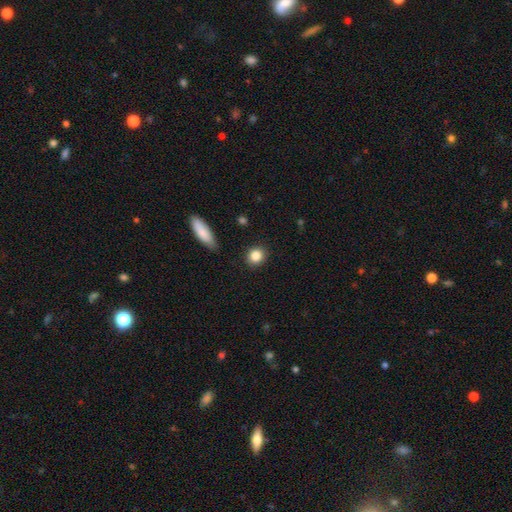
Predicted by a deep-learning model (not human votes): This appears to be a smooth galaxy with no disk features (85%) that is round (80%). Merging: none (89%).